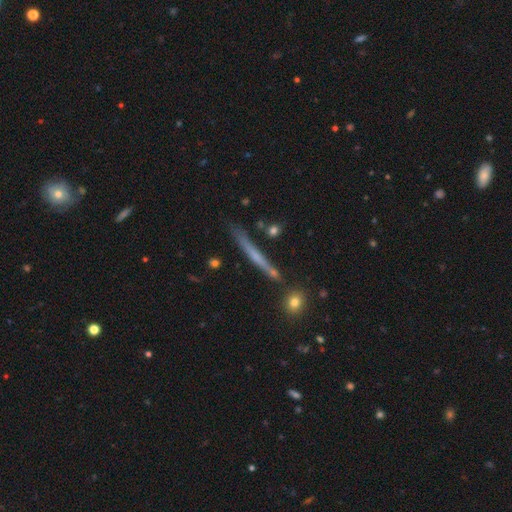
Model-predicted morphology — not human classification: The model was most divided on "smooth or featured": featured or disk: 51%, smooth: 42%, star or artifact: 7%. More confident: edge-on disk — yes (96%); merging — none (81%).